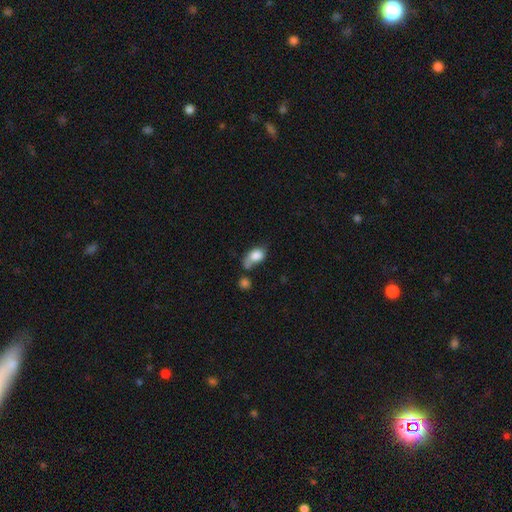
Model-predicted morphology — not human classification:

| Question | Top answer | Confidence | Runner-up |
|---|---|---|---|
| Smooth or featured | smooth | 79% | featured or disk (13%) |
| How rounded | in between | 80% | round (17%) |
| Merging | merger | 30% | none (28%) |